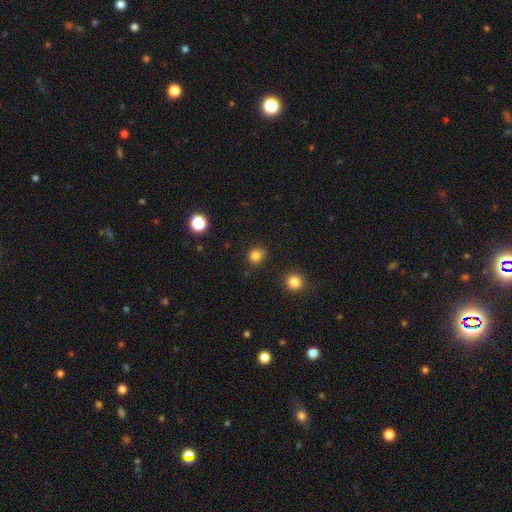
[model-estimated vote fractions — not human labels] A smooth galaxy with no disk features (81%) that is round (78%).

Vote fractions:
- Smooth or featured? smooth: 81% / star or artifact: 14% / featured or disk: 5%
- How rounded? round: 78% / in between: 21% / cigar-shaped: 1%
- Merging? none: 78% / minor disturbance: 16% / major disturbance: 4% / merger: 3%